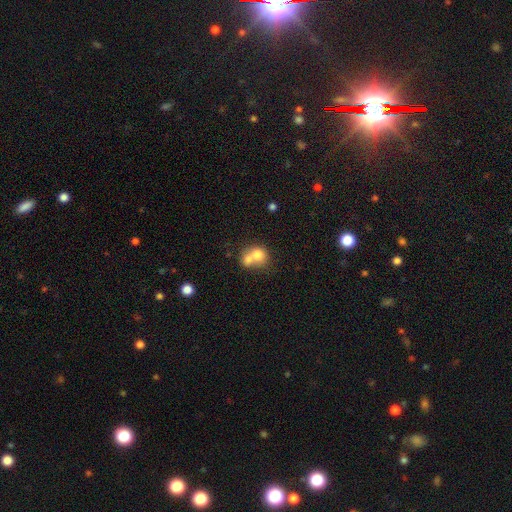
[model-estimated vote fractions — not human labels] Smooth or featured? smooth (72%)
How rounded? round (72%)
Merging? merger (66%)